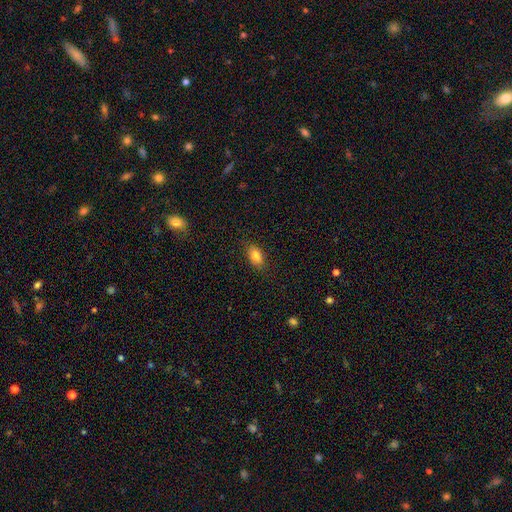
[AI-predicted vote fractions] Smooth or featured? smooth (83%)
How rounded? in between (88%)
Merging? none (85%)